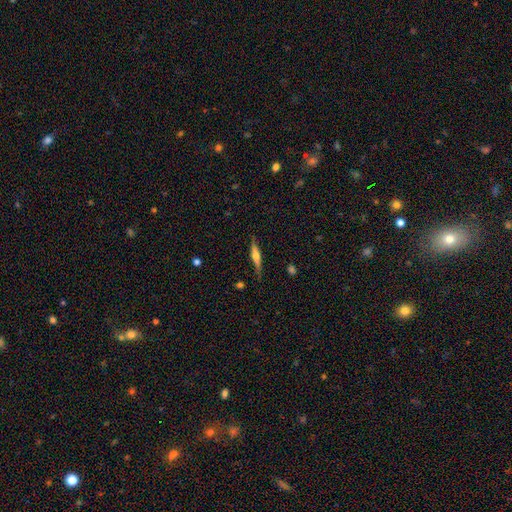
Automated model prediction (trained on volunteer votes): smooth_or_featured: featured or disk (p=0.57) [alt: smooth p=0.37]
disk_edge_on: yes (p=0.95) [alt: no p=0.05]
edge_on_bulge: rounded (p=0.83) [alt: boxy p=0.09]
merging: none (p=0.82) [alt: minor disturbance p=0.14]